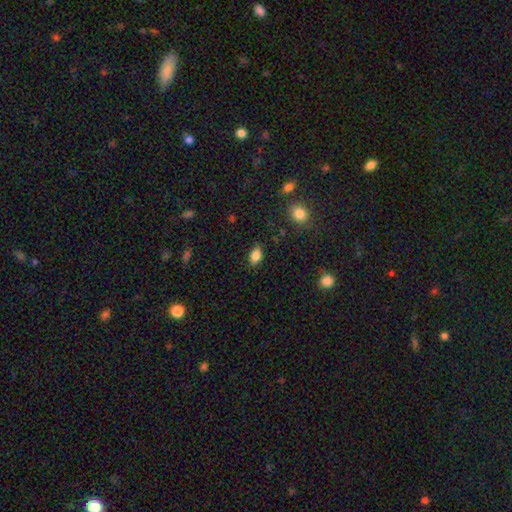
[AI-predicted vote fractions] This is clearly a smooth galaxy (84%). How rounded: clearly in between (85%). Merging: clearly none (82%).